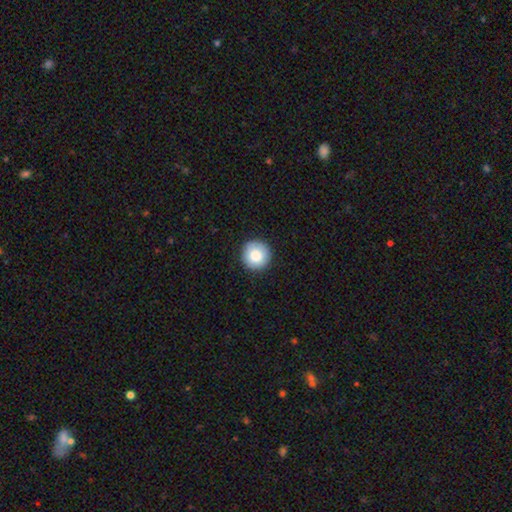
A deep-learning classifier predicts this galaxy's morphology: This appears to be a smooth galaxy with no disk features (83%) that is round (95%). Merging: none (91%).